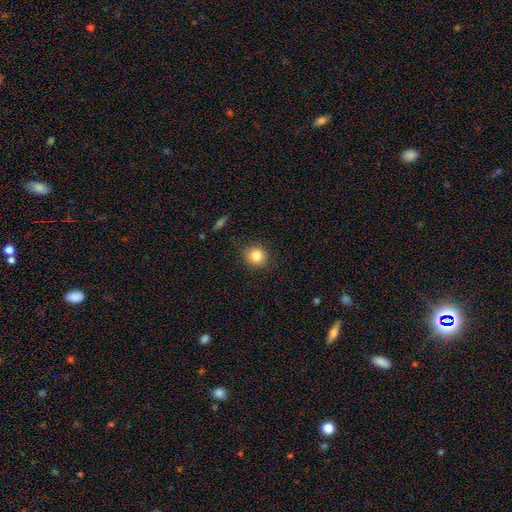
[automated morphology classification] Smooth or featured?
  - smooth: 83% *
  - star or artifact: 11%
  - featured or disk: 6%
How rounded?
  - round: 89% *
  - in between: 10%
  - cigar-shaped: 1%
Merging?
  - none: 89% *
  - minor disturbance: 8%
  - major disturbance: 2%
  - merger: 1%